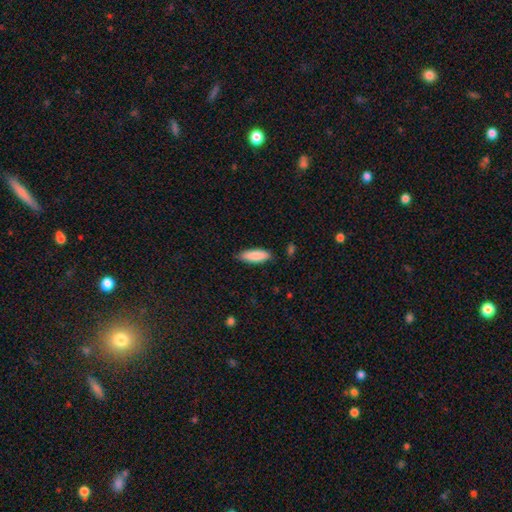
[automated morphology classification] smooth_or_featured: smooth (p=0.87) [alt: featured or disk p=0.07]
how_rounded: in between (p=0.63) [alt: cigar-shaped p=0.35]
merging: none (p=0.81) [alt: minor disturbance p=0.15]